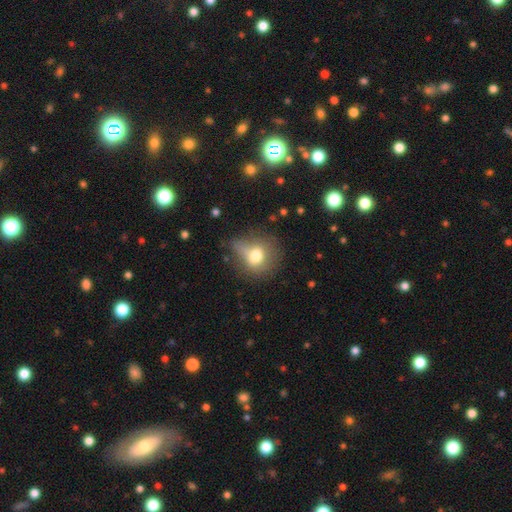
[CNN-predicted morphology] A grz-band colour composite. It shows a smooth galaxy with no disk features (70%) that is round (72%). Merging: none (47%).